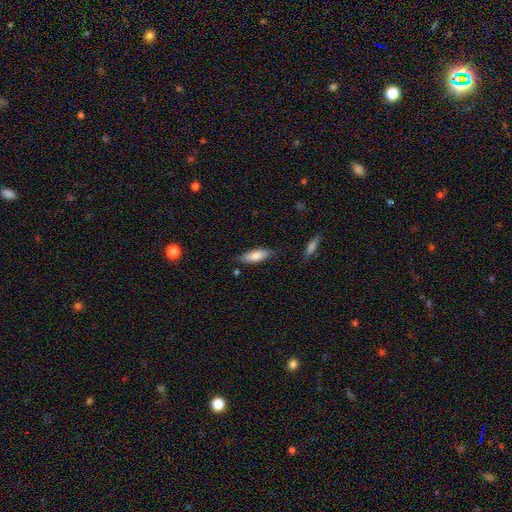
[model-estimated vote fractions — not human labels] Smooth or featured? smooth (80%)
How rounded? in between (60%)
Merging? none (81%)